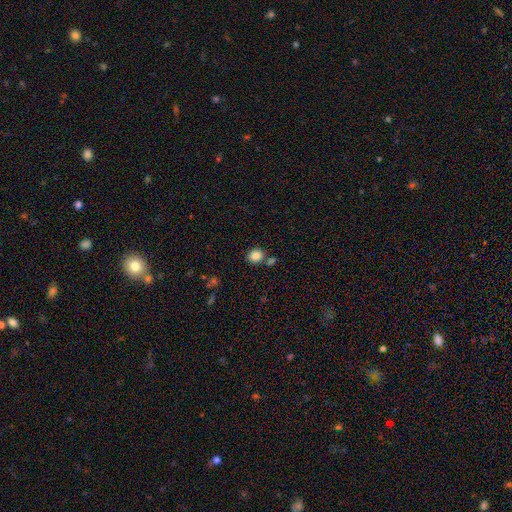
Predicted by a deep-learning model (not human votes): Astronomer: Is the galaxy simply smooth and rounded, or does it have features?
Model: smooth — 84%.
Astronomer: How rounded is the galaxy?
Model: round — 76%.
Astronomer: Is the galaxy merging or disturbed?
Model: none — 72%.